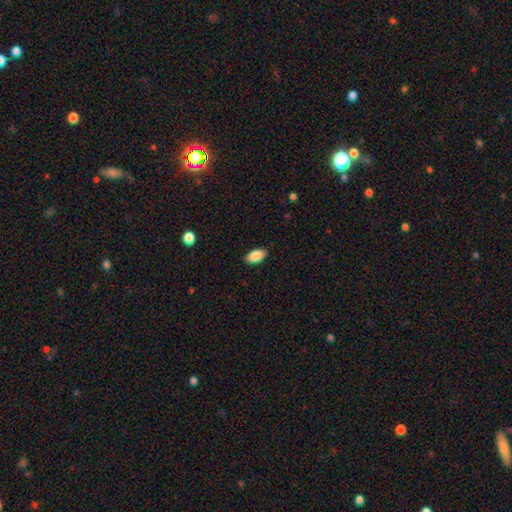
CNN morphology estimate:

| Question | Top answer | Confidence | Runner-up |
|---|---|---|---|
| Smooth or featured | smooth | 88% | star or artifact (7%) |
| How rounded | in between | 94% | cigar-shaped (3%) |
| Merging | none | 88% | minor disturbance (9%) |